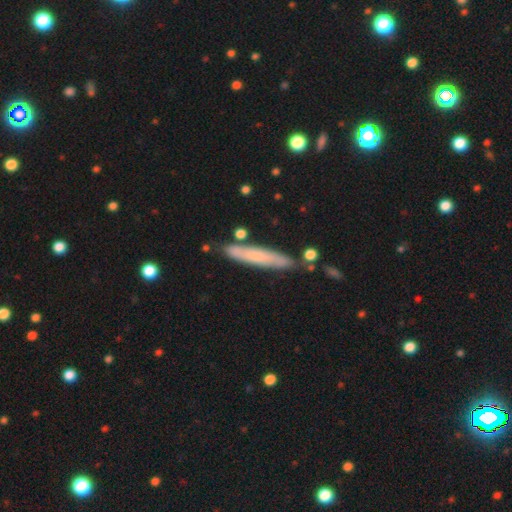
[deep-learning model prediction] Smooth or featured? smooth (58%)
How rounded? cigar-shaped (92%)
Merging? none (80%)